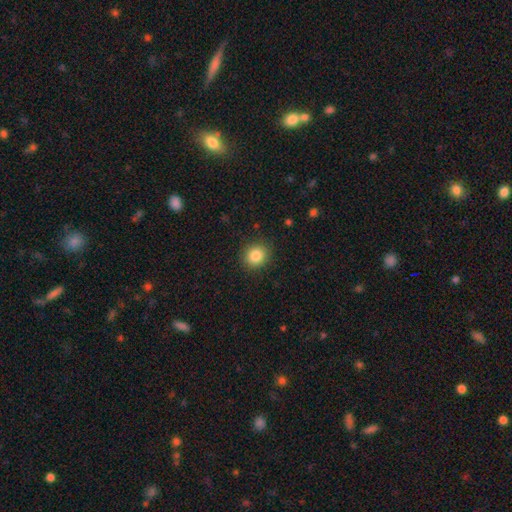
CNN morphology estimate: Smooth or featured? smooth (84%)
How rounded? round (81%)
Merging? none (89%)